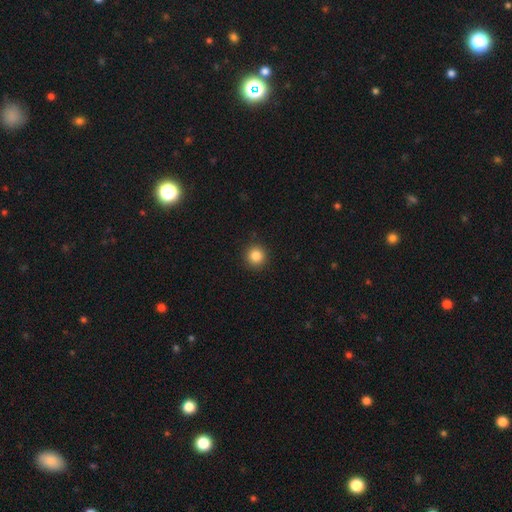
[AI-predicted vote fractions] A smooth galaxy with no disk features (84%) that is round (94%). Merging: none (92%).